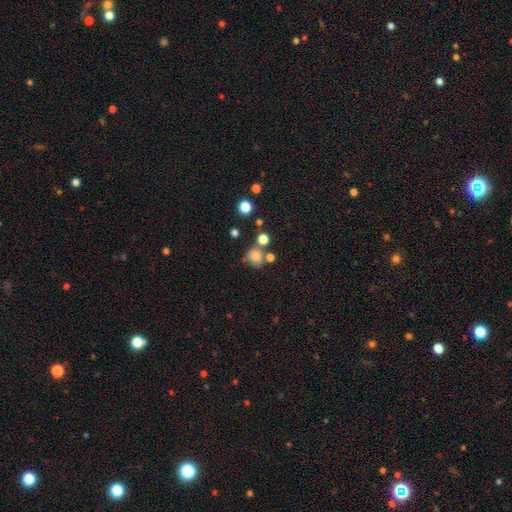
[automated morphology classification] This appears to be a smooth galaxy with no disk features (78%) that is round (83%). Merging: none (64%).